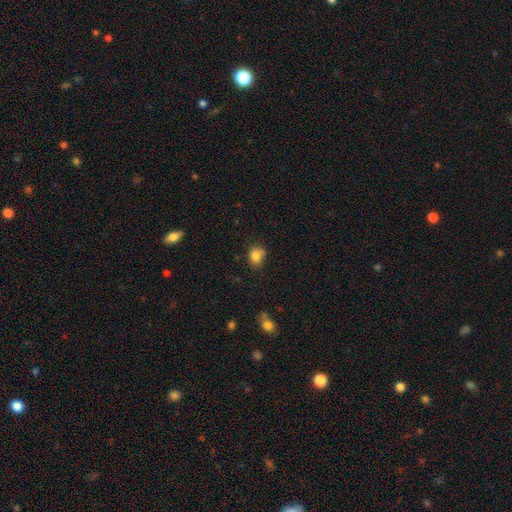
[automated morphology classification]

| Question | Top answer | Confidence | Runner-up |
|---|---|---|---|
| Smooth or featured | smooth | 81% | star or artifact (11%) |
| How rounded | round | 56% | in between (43%) |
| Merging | none | 60% | minor disturbance (23%) |